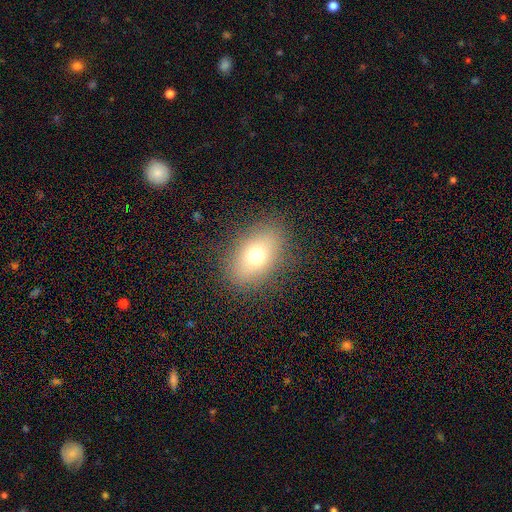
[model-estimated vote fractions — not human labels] This is likely a smooth galaxy (71%). How rounded: clearly in between (80%). Merging: clearly none (86%).